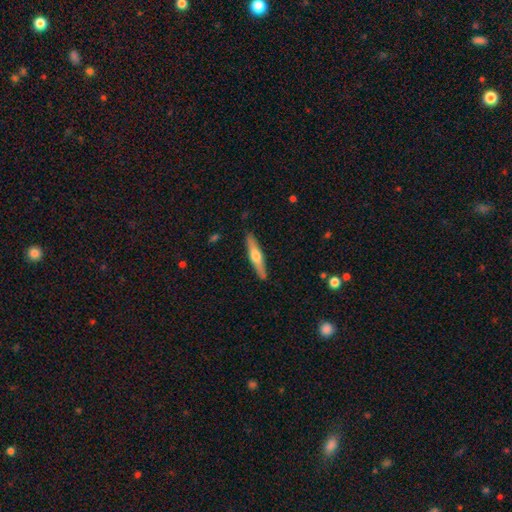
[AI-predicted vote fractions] Smooth or featured: featured or disk — 53% (smooth — 42%)
Edge-on disk: yes — 94% (no — 6%)
Merging: none — 89% (minor disturbance — 8%)